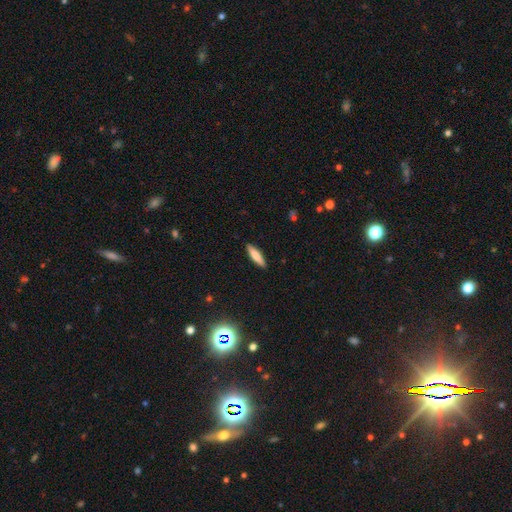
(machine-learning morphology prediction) smooth-or-featured: smooth: 75% | featured or disk: 18% | star or artifact: 7%
  how-rounded: cigar-shaped: 72% | in between: 27% | round: 2%
  merging: none: 90% | minor disturbance: 8% | major disturbance: 2% | merger: 1%